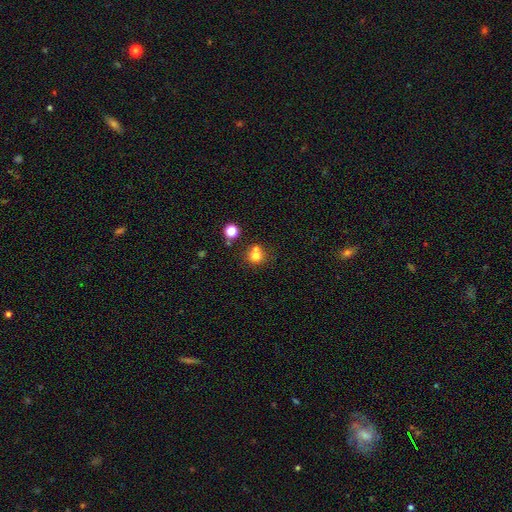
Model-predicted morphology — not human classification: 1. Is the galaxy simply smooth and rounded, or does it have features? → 74% smooth, 14% star or artifact, 12% featured or disk.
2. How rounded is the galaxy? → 84% round, 15% in between, 1% cigar-shaped.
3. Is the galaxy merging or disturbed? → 48% none, 39% merger, 9% minor disturbance, 4% major disturbance.